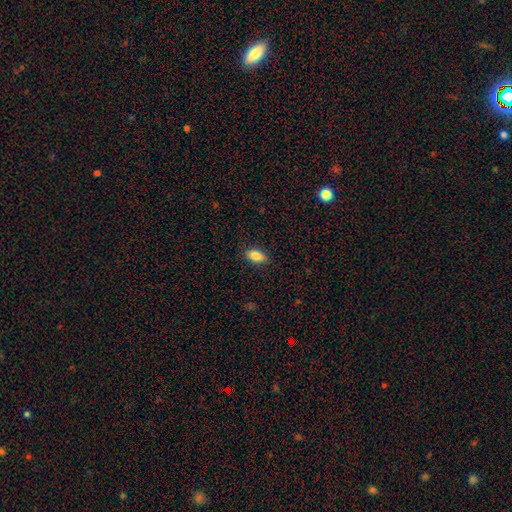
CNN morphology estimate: Q: Smooth or featured?
A: smooth (87%); runner-up: star or artifact (8%)
Q: How rounded?
A: in between (89%); runner-up: cigar-shaped (7%)
Q: Merging?
A: none (88%); runner-up: minor disturbance (9%)